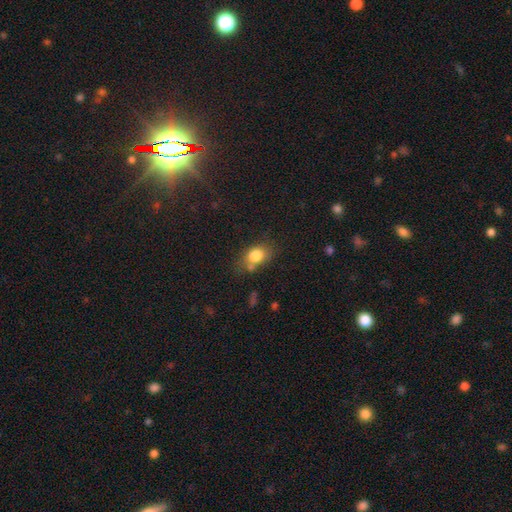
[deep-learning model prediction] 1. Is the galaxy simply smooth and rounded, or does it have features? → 81% smooth, 10% star or artifact, 10% featured or disk.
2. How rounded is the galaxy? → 61% in between, 38% round, 2% cigar-shaped.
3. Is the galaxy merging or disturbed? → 57% none, 23% minor disturbance, 13% merger, 8% major disturbance.